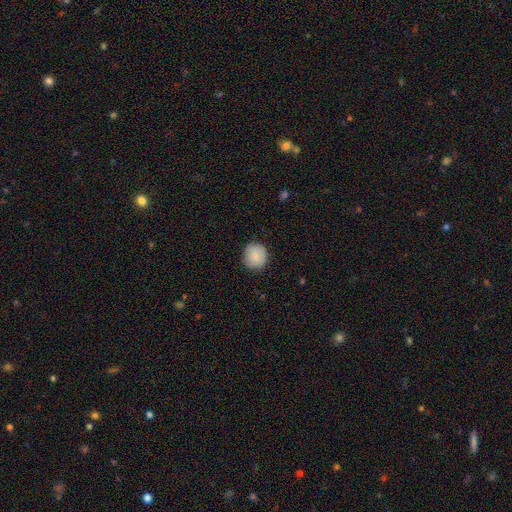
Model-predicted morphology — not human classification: A smooth galaxy with no disk features (87%) that is round (91%).

Vote fractions:
- Smooth or featured? smooth: 87% / star or artifact: 7% / featured or disk: 6%
- How rounded? round: 91% / in between: 8% / cigar-shaped: 1%
- Merging? none: 86% / minor disturbance: 11% / major disturbance: 2% / merger: 1%